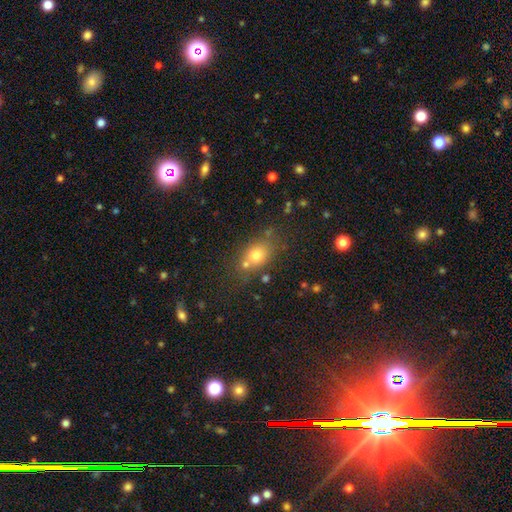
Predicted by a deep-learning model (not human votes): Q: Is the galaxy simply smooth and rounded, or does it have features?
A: smooth — 73%.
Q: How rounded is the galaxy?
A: in between — 59%.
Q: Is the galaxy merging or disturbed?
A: none — 60%.